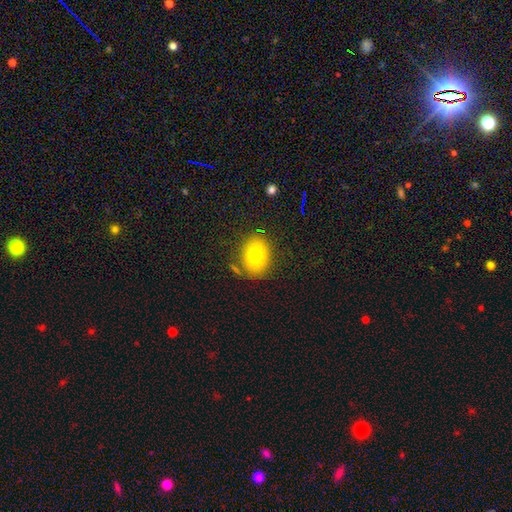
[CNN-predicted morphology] Smooth or featured: smooth — 75% (featured or disk — 13%)
How rounded: in between — 55% (round — 44%)
Merging: none — 79% (minor disturbance — 12%)